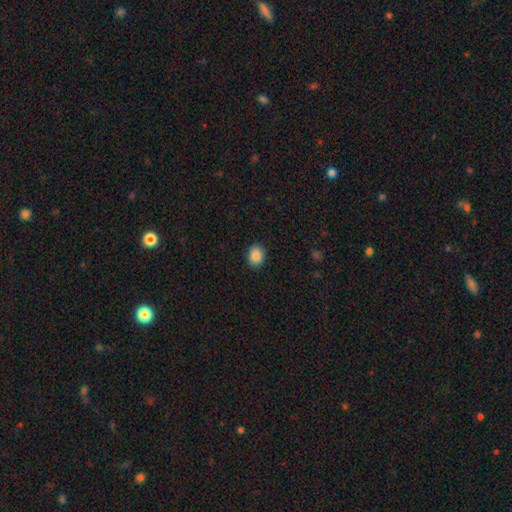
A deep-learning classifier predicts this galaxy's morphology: Smooth or featured: smooth — 87% (star or artifact — 9%)
How rounded: round — 57% (in between — 42%)
Merging: none — 90% (minor disturbance — 7%)